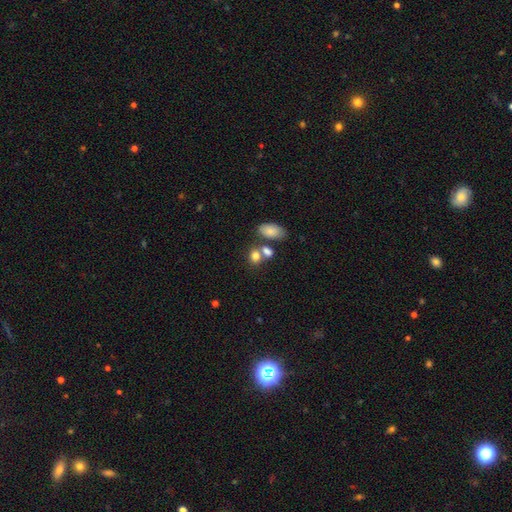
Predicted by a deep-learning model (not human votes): Q: Smooth or featured?
A: smooth (79%); runner-up: featured or disk (11%)
Q: How rounded?
A: in between (55%); runner-up: round (43%)
Q: Merging?
A: none (47%); runner-up: merger (37%)